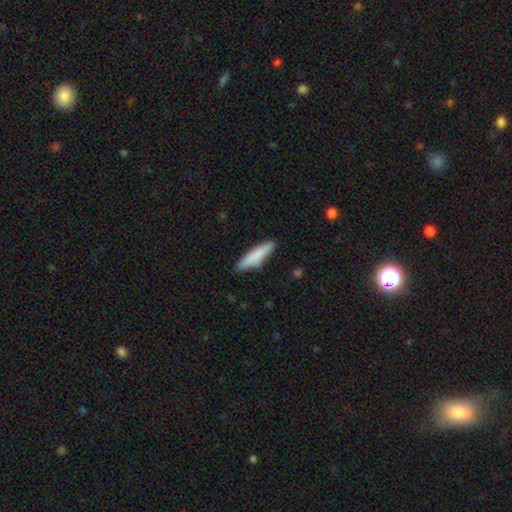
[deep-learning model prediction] Q: Smooth or featured?
A: smooth (79%); runner-up: featured or disk (16%)
Q: How rounded?
A: cigar-shaped (83%); runner-up: in between (16%)
Q: Merging?
A: none (83%); runner-up: minor disturbance (13%)